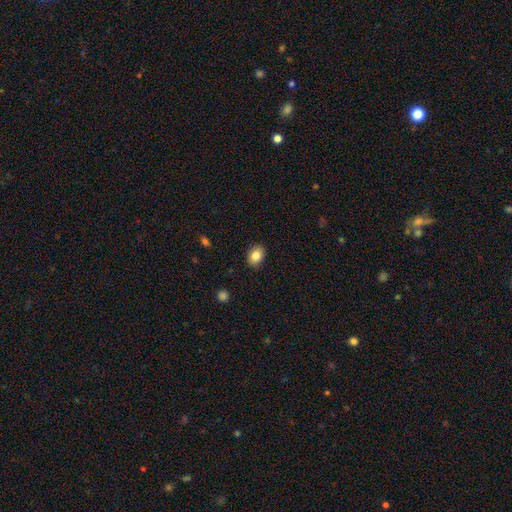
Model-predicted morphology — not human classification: Smooth or featured? Predicted: smooth (p=0.83). How rounded? Predicted: in between (p=0.68). Merging? Predicted: none (p=0.88).